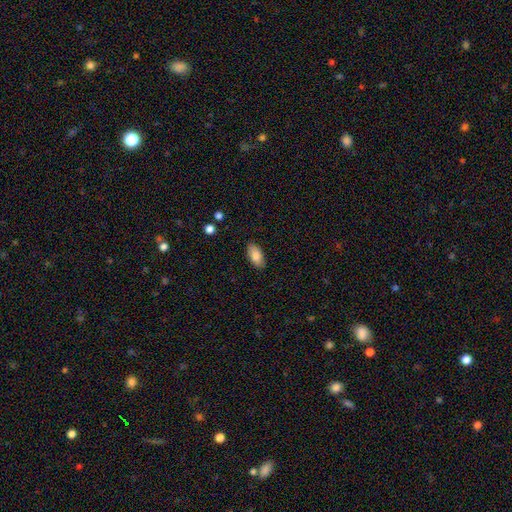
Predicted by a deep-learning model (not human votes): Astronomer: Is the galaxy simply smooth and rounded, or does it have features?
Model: smooth — 85%.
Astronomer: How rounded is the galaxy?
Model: in between — 92%.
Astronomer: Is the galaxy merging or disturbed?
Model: none — 87%.